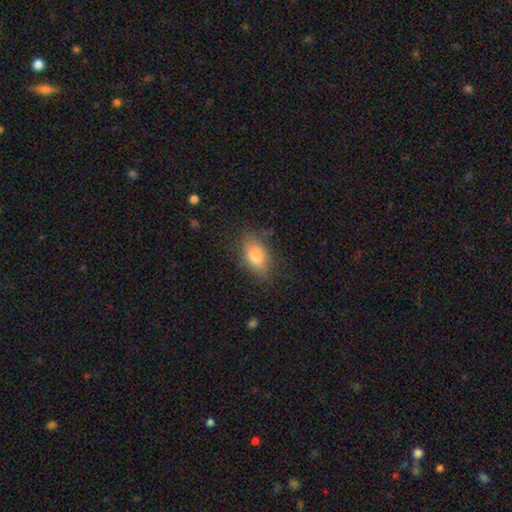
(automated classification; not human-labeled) smooth-or-featured: smooth: 79% | featured or disk: 13% | star or artifact: 8%
  how-rounded: in between: 87% | round: 11% | cigar-shaped: 3%
  merging: none: 75% | minor disturbance: 18% | major disturbance: 6% | merger: 2%